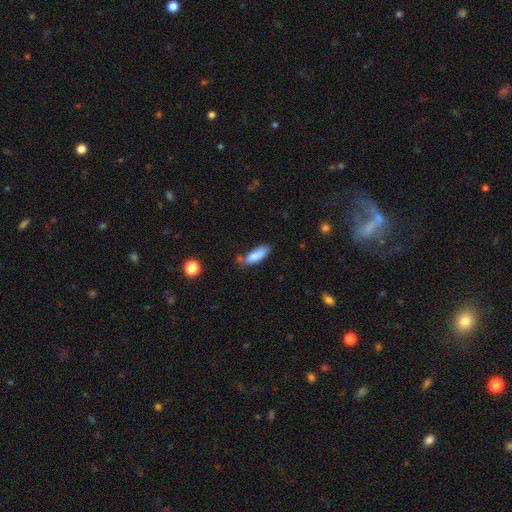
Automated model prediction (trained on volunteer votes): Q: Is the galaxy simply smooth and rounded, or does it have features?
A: smooth — 84%.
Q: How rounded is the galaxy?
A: in between — 62%.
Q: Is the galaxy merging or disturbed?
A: none — 64%.